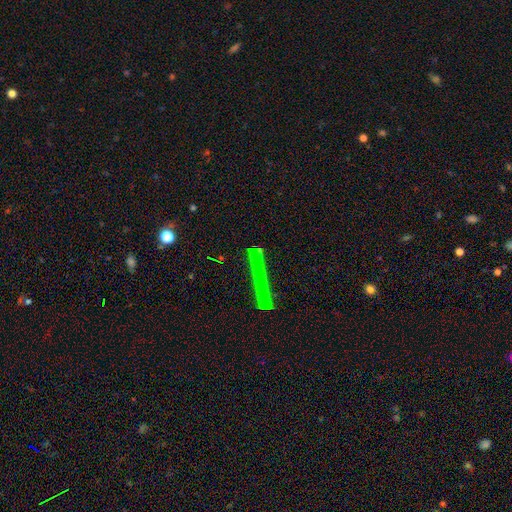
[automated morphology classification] type=star or artifact (70%).